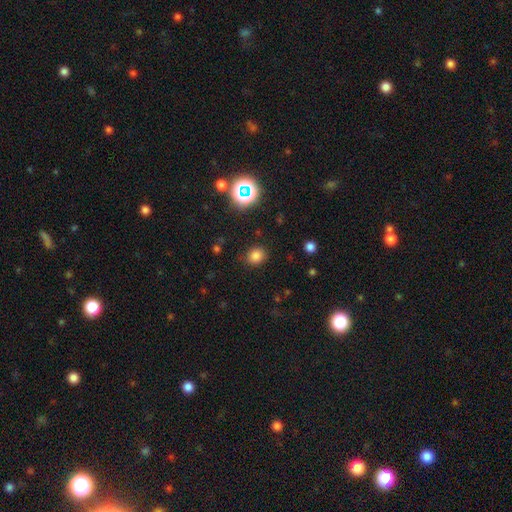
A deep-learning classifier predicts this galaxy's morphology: A smooth galaxy with no disk features (77%) that is round (74%).

Vote fractions:
- Smooth or featured? smooth: 77% / star or artifact: 18% / featured or disk: 5%
- How rounded? round: 74% / in between: 25% / cigar-shaped: 1%
- Merging? none: 84% / minor disturbance: 11% / major disturbance: 4% / merger: 2%